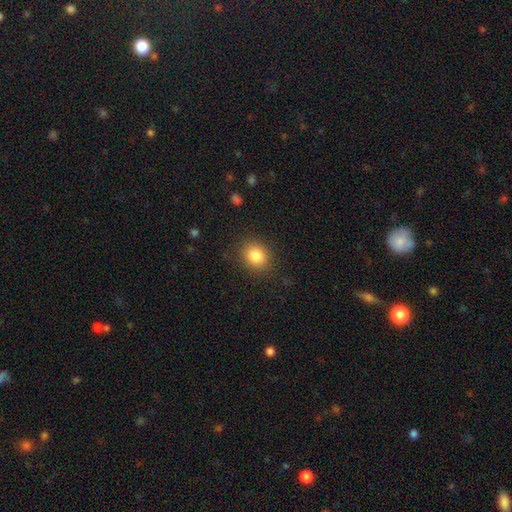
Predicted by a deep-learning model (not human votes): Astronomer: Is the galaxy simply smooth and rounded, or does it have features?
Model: smooth — 84%.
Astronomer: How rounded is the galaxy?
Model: round — 65%.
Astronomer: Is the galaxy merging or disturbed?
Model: none — 86%.